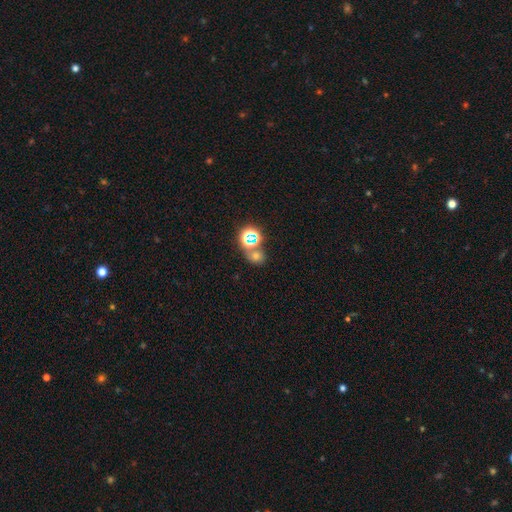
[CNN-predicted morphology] The model was most divided on "smooth or featured": smooth: 47%, star or artifact: 42%, featured or disk: 10%. More confident: merging — none (59%).